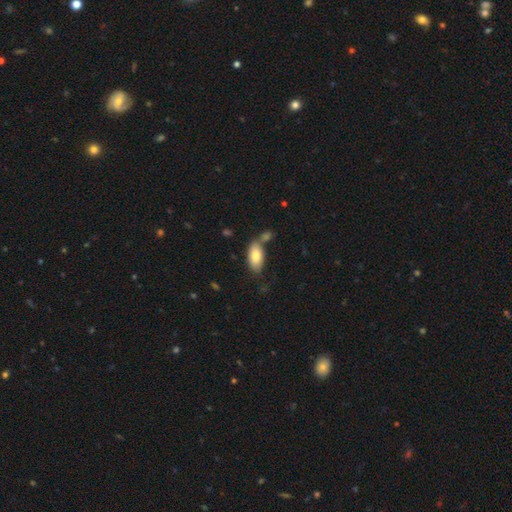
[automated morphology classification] Smooth or featured: smooth — 81% (featured or disk — 12%)
How rounded: in between — 92% (cigar-shaped — 5%)
Merging: none — 60% (merger — 20%)